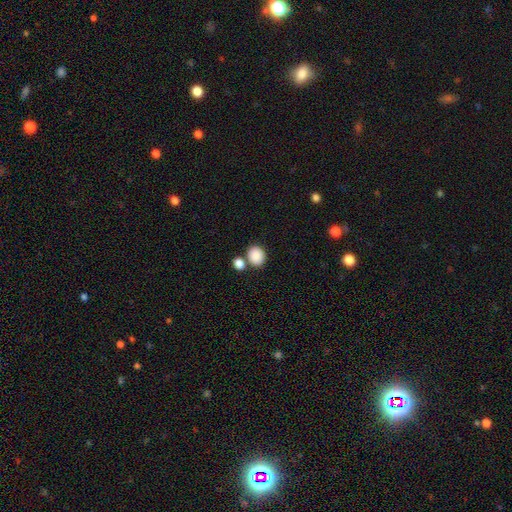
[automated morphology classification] Smooth or featured: smooth — 87% (star or artifact — 8%)
How rounded: round — 66% (in between — 33%)
Merging: none — 66% (merger — 22%)